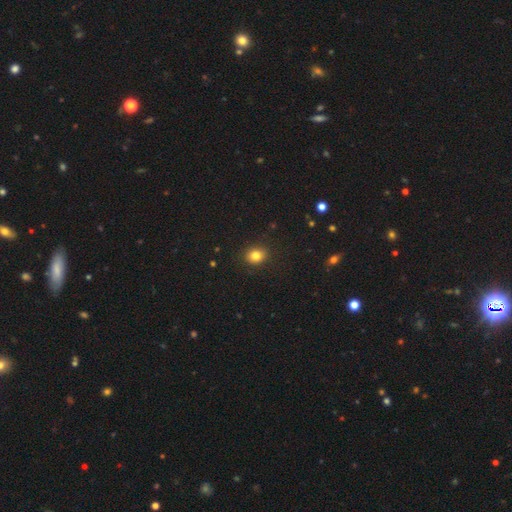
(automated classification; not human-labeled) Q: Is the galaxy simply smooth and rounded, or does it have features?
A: smooth — 83%.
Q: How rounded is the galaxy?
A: round — 67%.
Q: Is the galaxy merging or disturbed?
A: none — 89%.